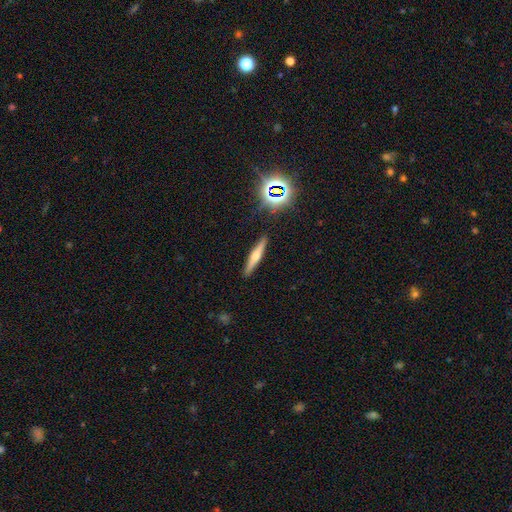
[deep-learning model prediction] A featured or disk galaxy (54%) viewed edge-on (95%) with a rounded central bulge (87%). Merging: none (89%).